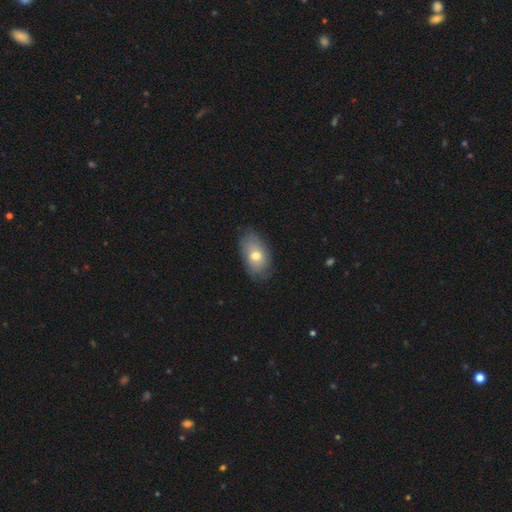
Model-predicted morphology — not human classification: Smooth or featured: smooth — 68% (featured or disk — 25%)
How rounded: in between — 91% (round — 7%)
Merging: none — 76% (minor disturbance — 19%)